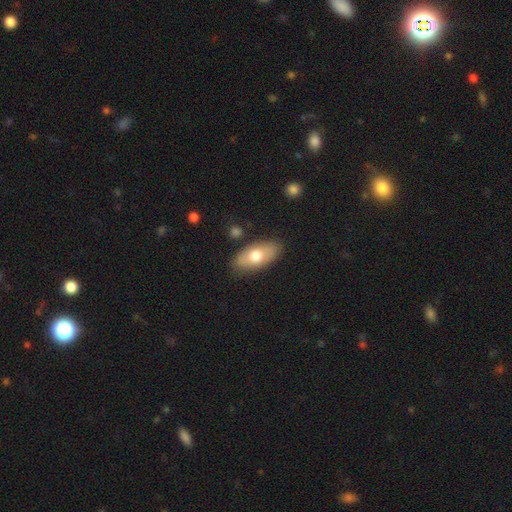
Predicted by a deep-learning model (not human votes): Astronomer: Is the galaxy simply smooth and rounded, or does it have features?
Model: smooth — 69%.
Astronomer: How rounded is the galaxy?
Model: in between — 90%.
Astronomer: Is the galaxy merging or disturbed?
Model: none — 83%.